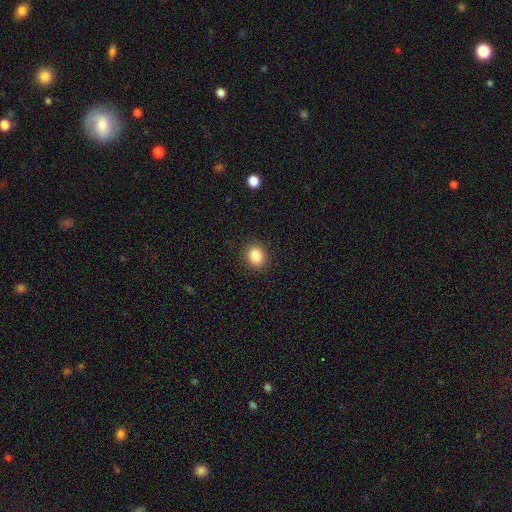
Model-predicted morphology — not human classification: Q: Smooth or featured?
A: smooth (86%); runner-up: star or artifact (10%)
Q: How rounded?
A: round (71%); runner-up: in between (28%)
Q: Merging?
A: none (90%); runner-up: minor disturbance (6%)